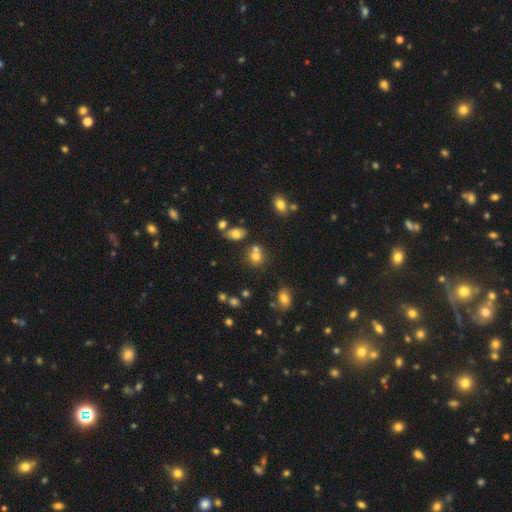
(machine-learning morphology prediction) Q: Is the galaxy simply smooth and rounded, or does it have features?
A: smooth — 70%.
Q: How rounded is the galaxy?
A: round — 70%.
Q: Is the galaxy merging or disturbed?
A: none — 46%.